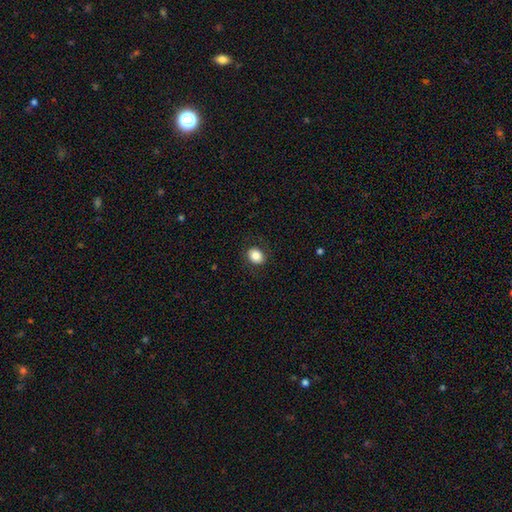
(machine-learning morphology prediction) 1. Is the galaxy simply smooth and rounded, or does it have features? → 83% smooth, 9% star or artifact, 8% featured or disk.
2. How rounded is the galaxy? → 56% in between, 43% round, 1% cigar-shaped.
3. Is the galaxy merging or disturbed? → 86% none, 9% minor disturbance, 3% major disturbance, 1% merger.